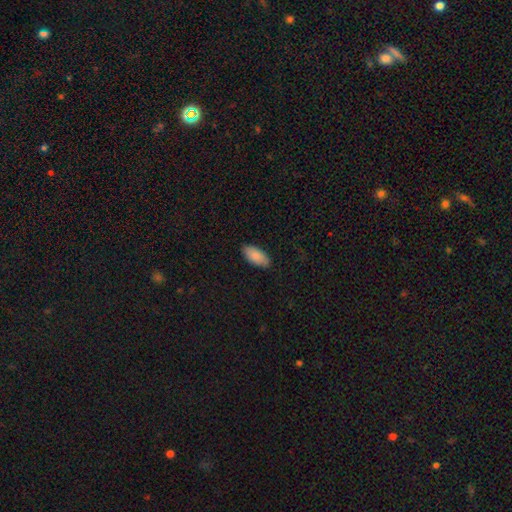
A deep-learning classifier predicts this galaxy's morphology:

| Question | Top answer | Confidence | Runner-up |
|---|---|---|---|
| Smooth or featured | smooth | 87% | featured or disk (7%) |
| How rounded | in between | 92% | cigar-shaped (6%) |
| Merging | none | 87% | minor disturbance (11%) |